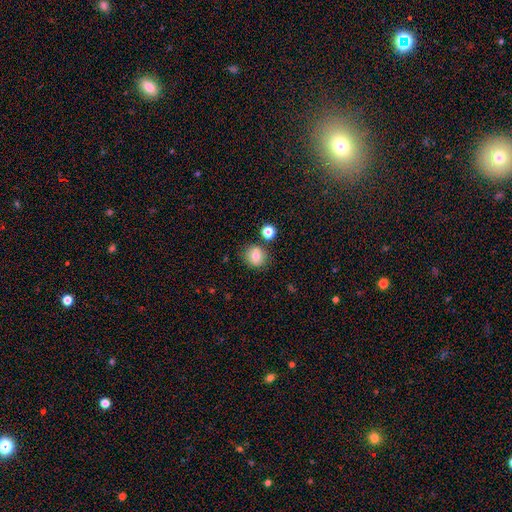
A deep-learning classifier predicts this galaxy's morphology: smooth 79%, star or artifact 11%, featured or disk 10%. Down the decision tree: how rounded — round (79%); merging — none (80%).